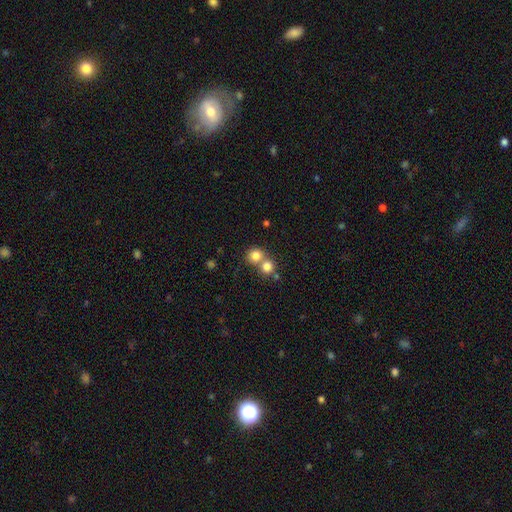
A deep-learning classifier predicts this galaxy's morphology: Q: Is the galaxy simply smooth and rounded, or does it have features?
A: smooth — 79%.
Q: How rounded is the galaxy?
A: round — 87%.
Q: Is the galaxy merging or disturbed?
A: merger — 48%.